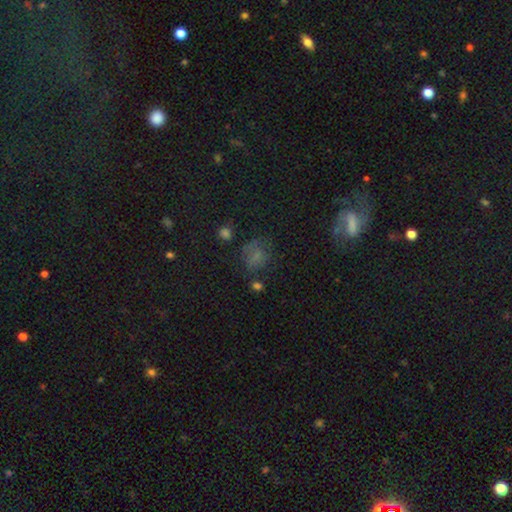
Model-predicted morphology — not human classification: smooth-or-featured: smooth: 55% | star or artifact: 26% | featured or disk: 19%
  how-rounded: round: 59% | in between: 40% | cigar-shaped: 1%
  merging: none: 52% | minor disturbance: 24% | major disturbance: 19% | merger: 5%